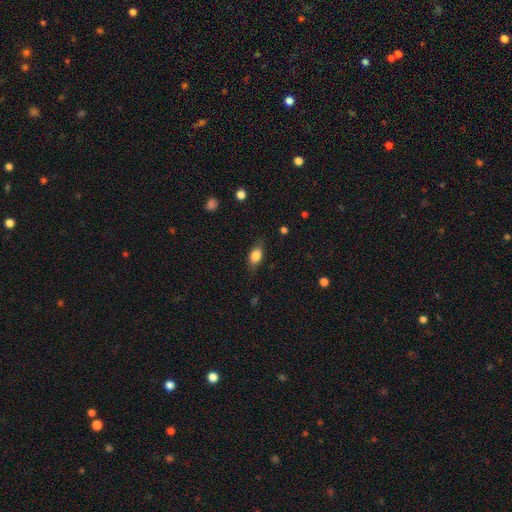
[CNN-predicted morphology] smooth-or-featured: smooth: 80% | featured or disk: 12% | star or artifact: 8%
  how-rounded: in between: 83% | round: 10% | cigar-shaped: 7%
  merging: none: 77% | minor disturbance: 18% | major disturbance: 5% | merger: 1%